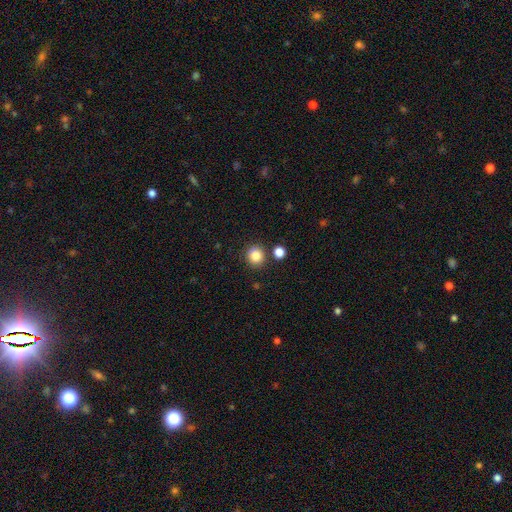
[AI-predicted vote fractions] This is clearly a smooth galaxy (84%). How rounded: clearly round (90%). Merging: clearly none (85%).